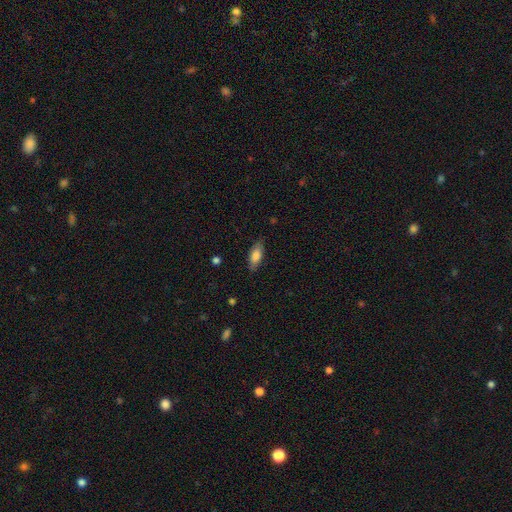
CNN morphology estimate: Smooth or featured? smooth (78%)
How rounded? in between (76%)
Merging? none (82%)